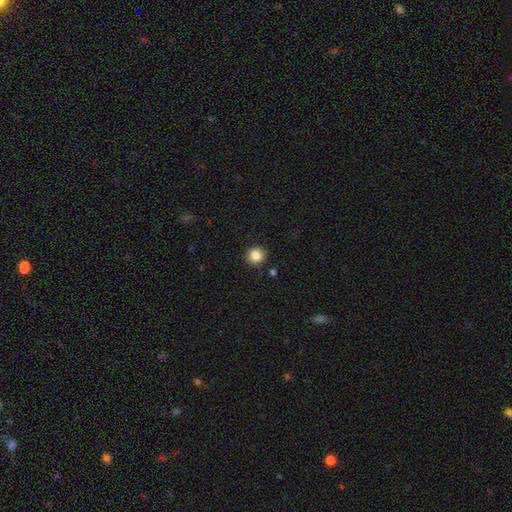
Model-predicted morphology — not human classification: type=smooth (85%); roundness=round (93%); merging=none (91%).